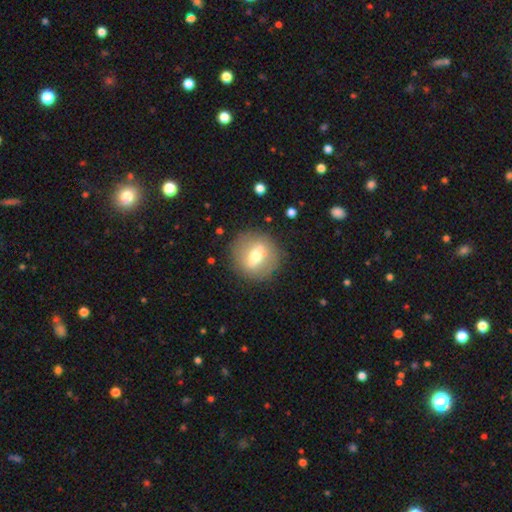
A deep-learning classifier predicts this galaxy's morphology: smooth 47%, featured or disk 44%, star or artifact 8%. Down the decision tree: merging — none (85%).